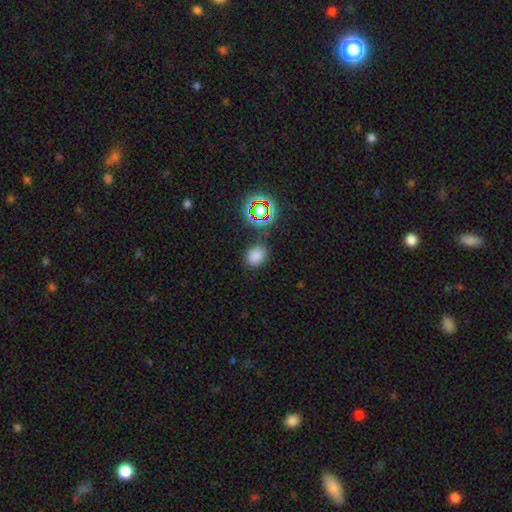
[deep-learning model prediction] A smooth galaxy with no disk features (75%) that is in between round and cigar-shaped (51%).

Vote fractions:
- Smooth or featured? smooth: 75% / star or artifact: 19% / featured or disk: 5%
- How rounded? in between: 51% / round: 48% / cigar-shaped: 1%
- Merging? none: 80% / minor disturbance: 12% / merger: 4% / major disturbance: 4%